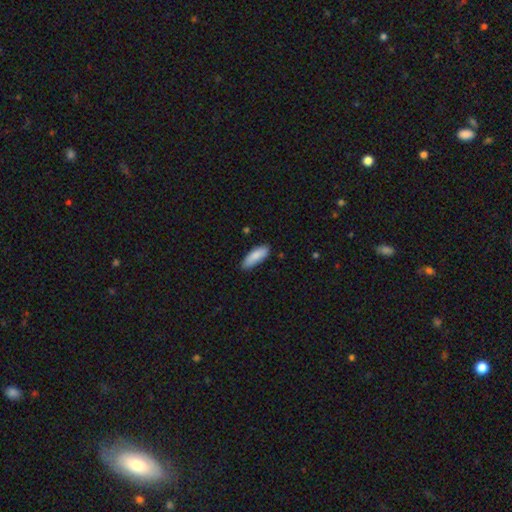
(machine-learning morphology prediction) A smooth galaxy with no disk features (87%) that is in between round and cigar-shaped (65%). Merging: none (80%).